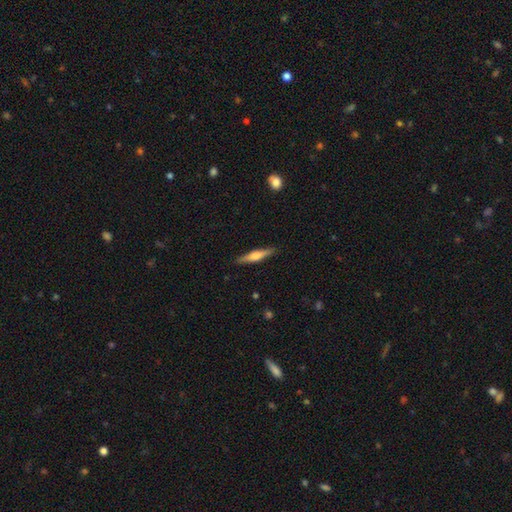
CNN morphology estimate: Overall: featured or disk (51%; smooth 43%). Edge-on disk: yes (96%). Merging: none (90%).